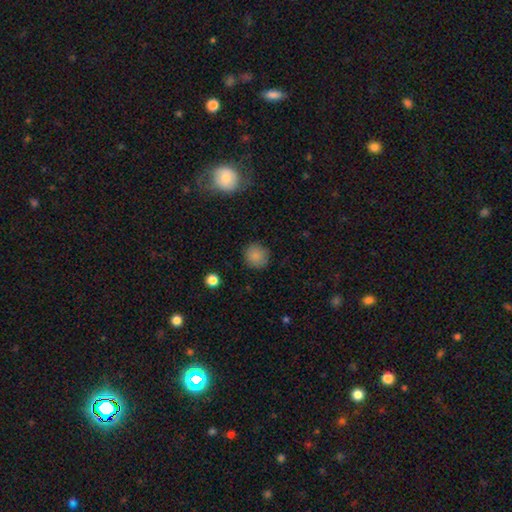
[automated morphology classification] smooth_or_featured: smooth (p=0.85) [alt: star or artifact p=0.10]
how_rounded: round (p=0.91) [alt: in between p=0.08]
merging: none (p=0.88) [alt: minor disturbance p=0.08]